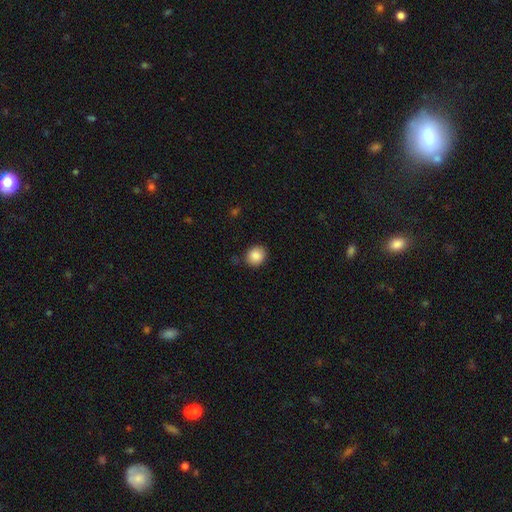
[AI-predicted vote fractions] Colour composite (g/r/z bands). It shows a smooth galaxy with no disk features (87%) that is round (69%). Merging: none (84%).